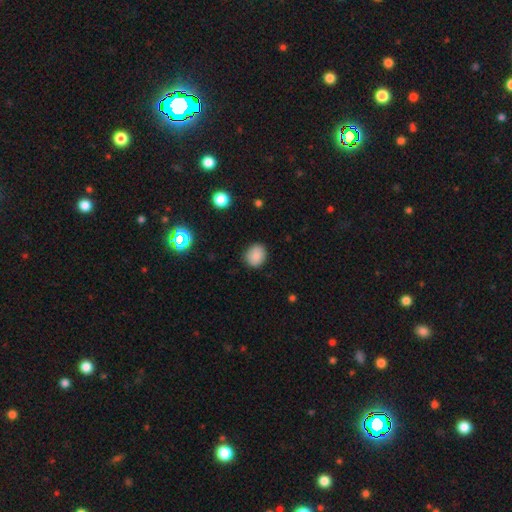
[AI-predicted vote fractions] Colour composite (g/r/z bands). It shows a smooth galaxy with no disk features (85%) that is round (65%). Merging: none (86%).